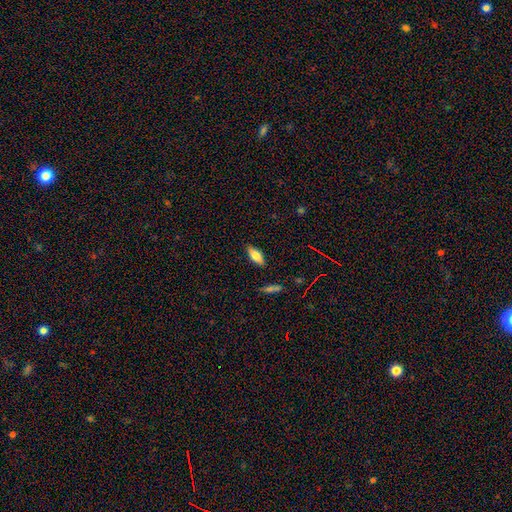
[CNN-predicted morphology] Smooth or featured: smooth — 78% (featured or disk — 15%)
How rounded: in between — 81% (cigar-shaped — 17%)
Merging: none — 85% (minor disturbance — 11%)